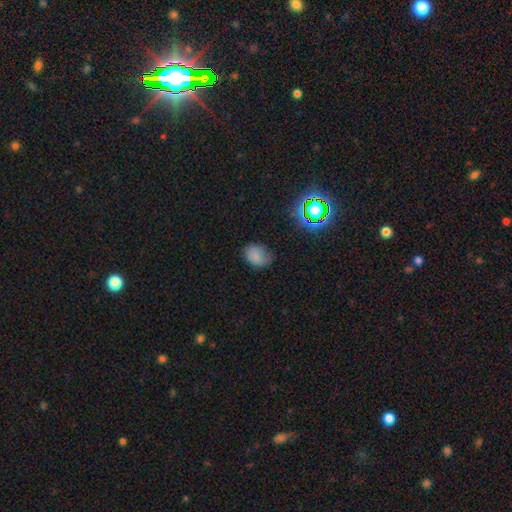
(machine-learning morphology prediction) This appears to be a smooth galaxy with no disk features (76%) that is in between round and cigar-shaped (66%). Merging: none (59%).